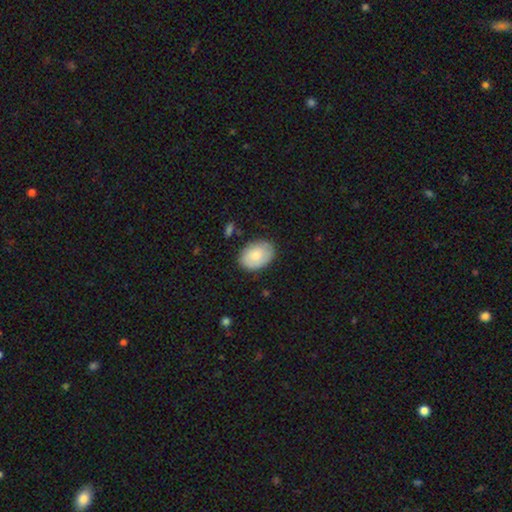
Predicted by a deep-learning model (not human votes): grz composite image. It shows a smooth galaxy with no disk features (76%) that is in between round and cigar-shaped (80%). Merging: none (82%).